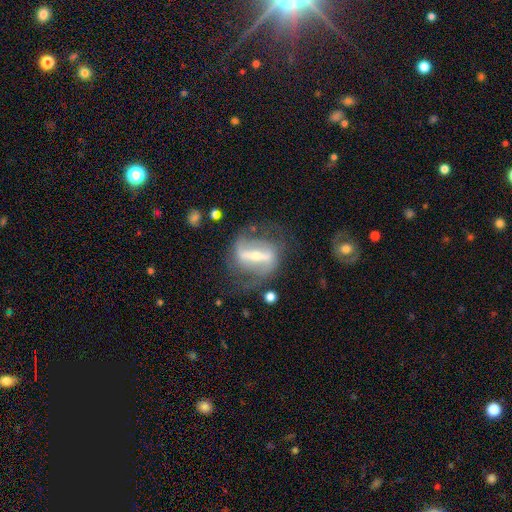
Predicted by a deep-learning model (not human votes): featured or disk 83%, smooth 10%, star or artifact 6%. Down the decision tree: edge-on disk — no (87%); bar — strong (79%); spiral arms — yes (80%); spiral arm count — 2 (83%); spiral winding — medium (43%); bulge size — small (52%); merging — none (65%).